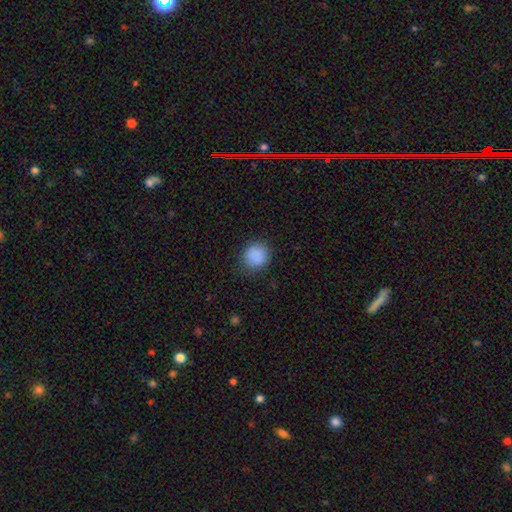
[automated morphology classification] Smooth or featured? Predicted: smooth (p=0.88). How rounded? Predicted: round (p=0.88). Merging? Predicted: none (p=0.84).